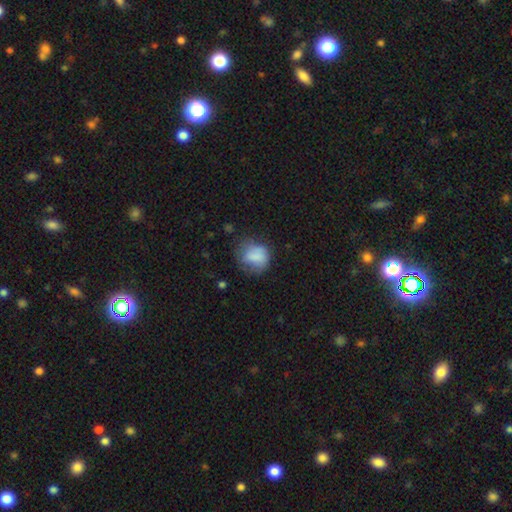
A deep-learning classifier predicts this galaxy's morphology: This appears to be a smooth galaxy with no disk features (76%) that is round (62%). Merging: none (47%).